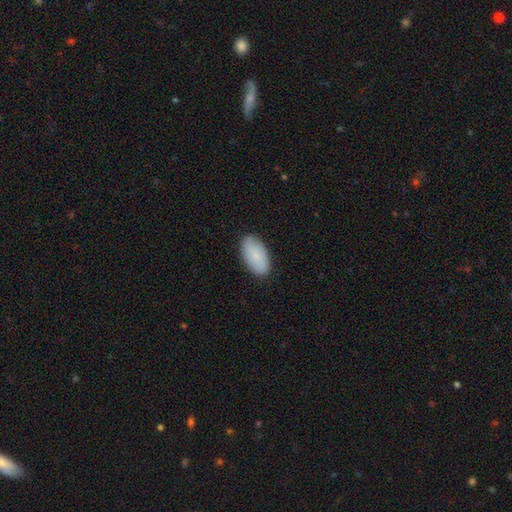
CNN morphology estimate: This appears to be a smooth galaxy with no disk features (84%) that is in between round and cigar-shaped (95%). Merging: none (88%).